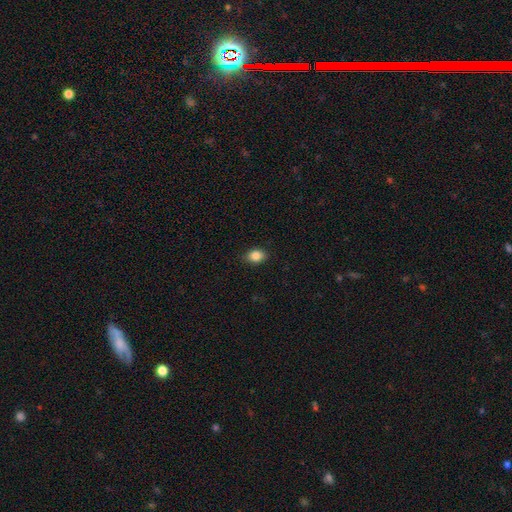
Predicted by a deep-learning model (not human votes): smooth 86%, star or artifact 9%, featured or disk 5%. Down the decision tree: how rounded — in between (68%); merging — none (85%).